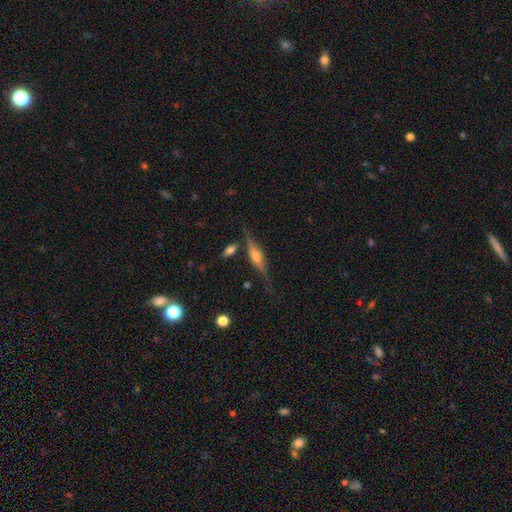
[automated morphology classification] type=featured or disk (71%); edge-on=yes (95%); edge-on bulge=rounded (81%); merging=none (72%).